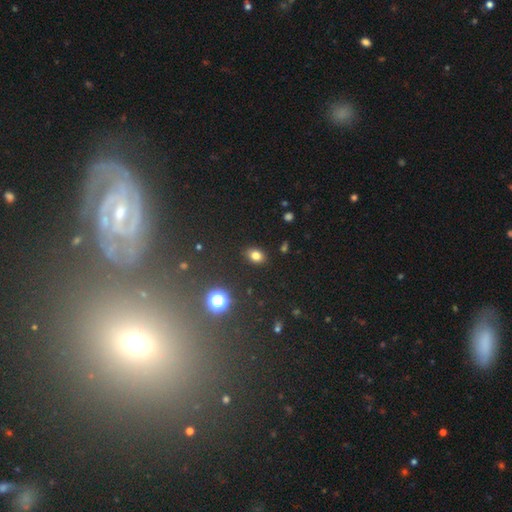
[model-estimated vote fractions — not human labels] Smooth or featured?
  - smooth: 78% *
  - star or artifact: 15%
  - featured or disk: 7%
How rounded?
  - in between: 71% *
  - round: 28%
  - cigar-shaped: 1%
Merging?
  - none: 88% *
  - minor disturbance: 8%
  - major disturbance: 2%
  - merger: 2%